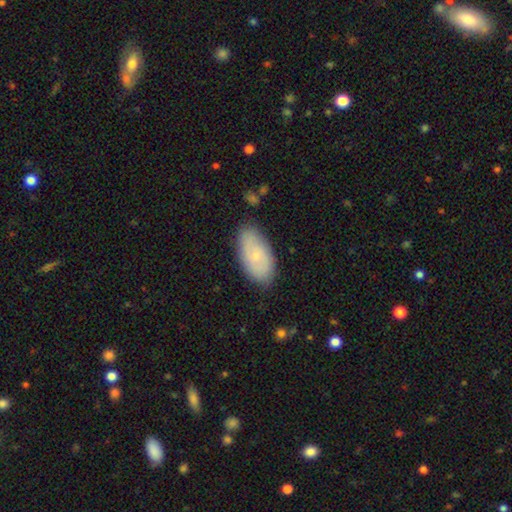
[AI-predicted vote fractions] The model was most divided on "smooth or featured": smooth: 64%, featured or disk: 29%, star or artifact: 7%. More confident: how rounded — in between (93%); merging — none (76%).